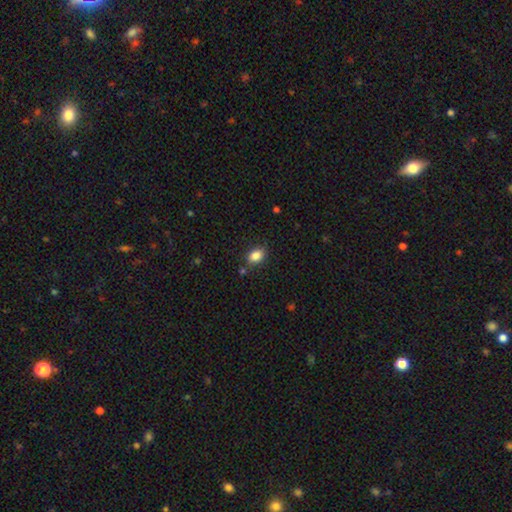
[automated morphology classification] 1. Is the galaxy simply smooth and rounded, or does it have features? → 84% smooth, 10% star or artifact, 6% featured or disk.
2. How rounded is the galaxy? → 72% in between, 26% round, 1% cigar-shaped.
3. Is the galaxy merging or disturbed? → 81% none, 13% minor disturbance, 4% merger, 3% major disturbance.